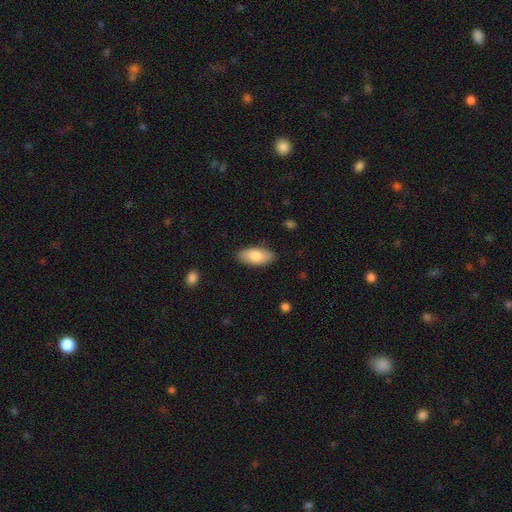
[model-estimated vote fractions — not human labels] The model was most divided on "smooth or featured": smooth: 81%, featured or disk: 13%, star or artifact: 6%. More confident: how rounded — in between (90%); merging — none (86%).